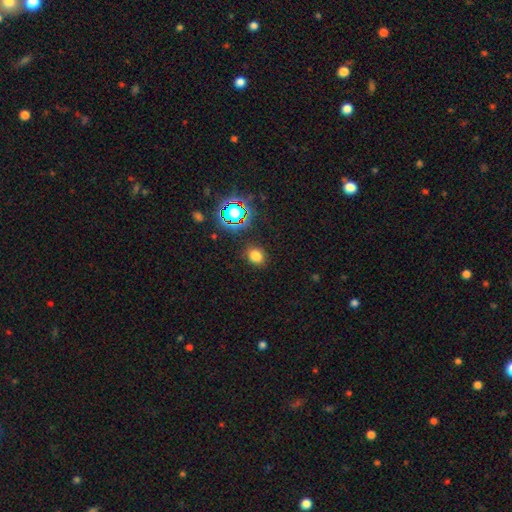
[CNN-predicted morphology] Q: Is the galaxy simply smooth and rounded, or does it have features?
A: smooth — 74%.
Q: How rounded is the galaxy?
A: in between — 53%.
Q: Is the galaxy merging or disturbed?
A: none — 85%.